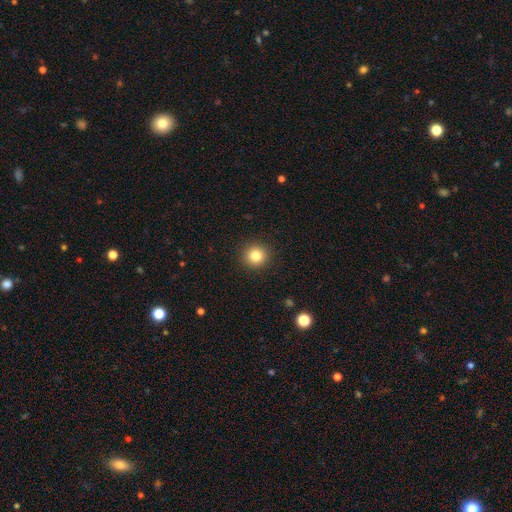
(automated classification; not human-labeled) A smooth galaxy with no disk features (82%) that is round (93%). Merging: none (92%).